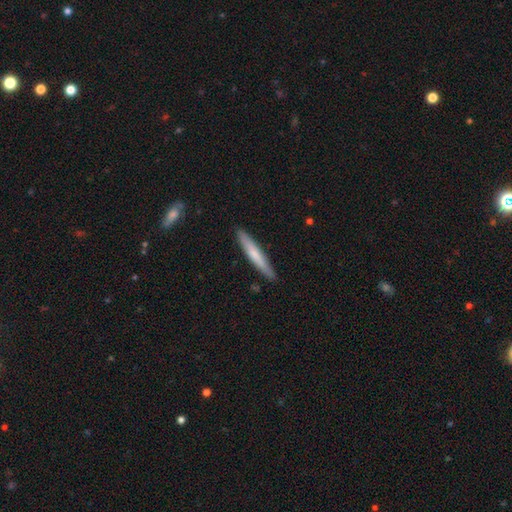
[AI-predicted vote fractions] The model was most divided on "smooth or featured": smooth: 67%, featured or disk: 28%, star or artifact: 5%. More confident: how rounded — cigar-shaped (95%); merging — none (90%).